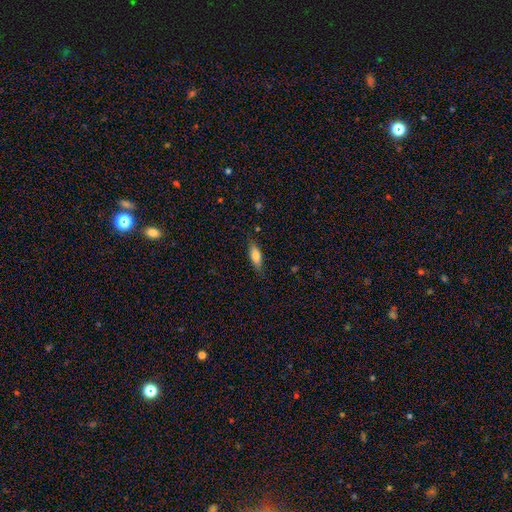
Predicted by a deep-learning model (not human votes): A smooth galaxy with no disk features (76%) that is in between round and cigar-shaped (63%). Merging: none (80%).